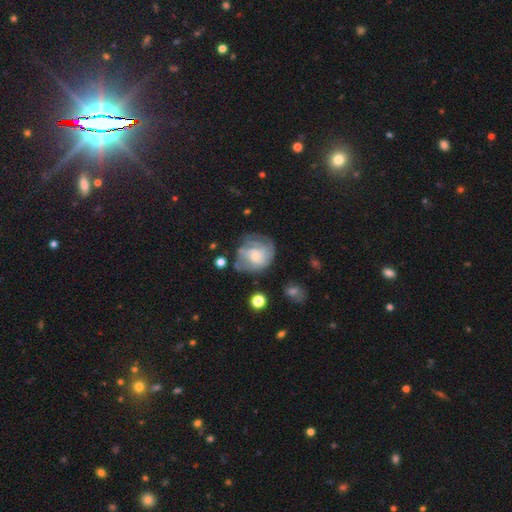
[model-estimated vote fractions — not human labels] Smooth or featured: featured or disk — 63% (smooth — 29%)
Edge-on disk: no — 97% (yes — 3%)
Bar: no — 76% (weak — 20%)
Spiral arms: yes — 73% (no — 27%)
Bulge size: small — 65% (moderate — 28%)
Merging: none — 54% (minor disturbance — 24%)